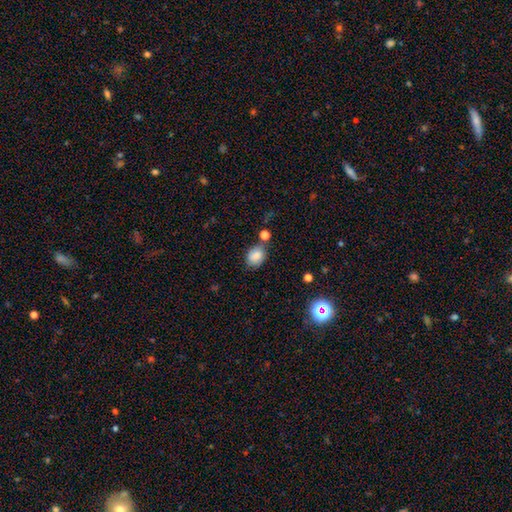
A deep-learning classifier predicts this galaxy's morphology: Smooth or featured? Predicted: smooth (p=0.80). How rounded? Predicted: in between (p=0.61). Merging? Predicted: none (p=0.64).